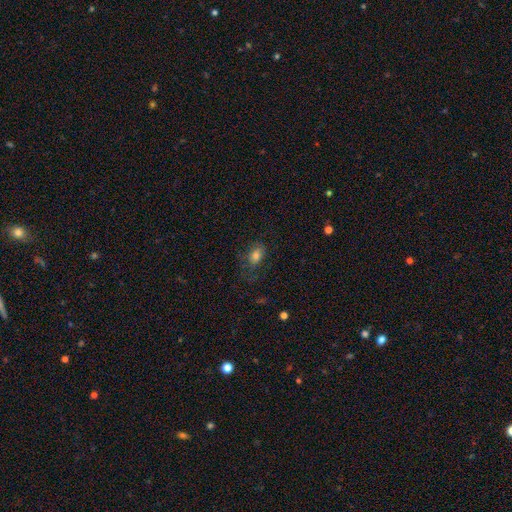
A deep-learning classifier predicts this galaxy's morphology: Smooth or featured? Predicted: smooth (p=0.71). How rounded? Predicted: in between (p=0.83). Merging? Predicted: none (p=0.59).